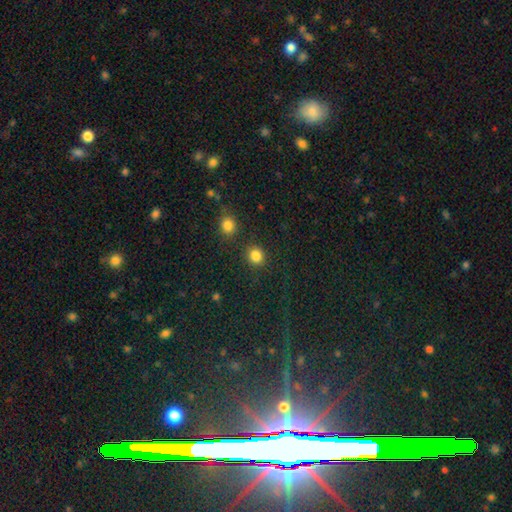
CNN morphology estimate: smooth_or_featured: smooth (p=0.84) [alt: star or artifact p=0.12]
how_rounded: round (p=0.81) [alt: in between p=0.18]
merging: none (p=0.84) [alt: minor disturbance p=0.08]